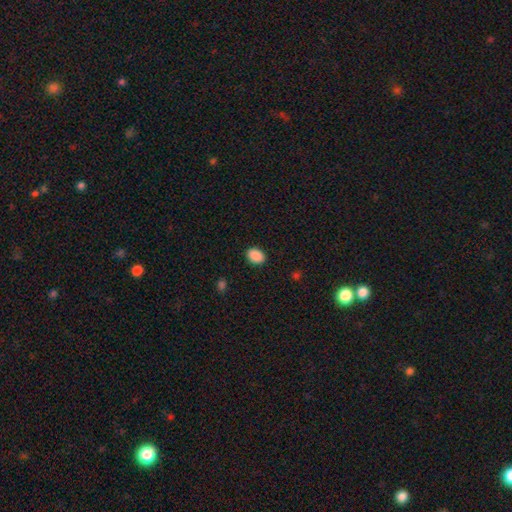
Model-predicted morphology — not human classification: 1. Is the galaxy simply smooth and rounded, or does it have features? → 90% smooth, 8% star or artifact, 2% featured or disk.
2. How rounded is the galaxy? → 73% in between, 26% round, 1% cigar-shaped.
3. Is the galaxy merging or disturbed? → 89% none, 8% minor disturbance, 2% major disturbance, 1% merger.